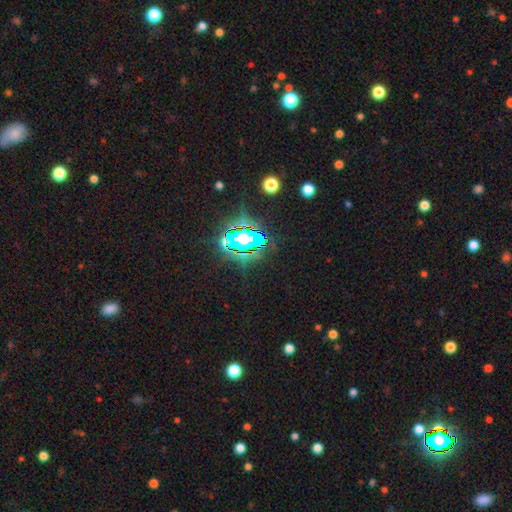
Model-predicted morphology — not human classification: type=star or artifact (81%).